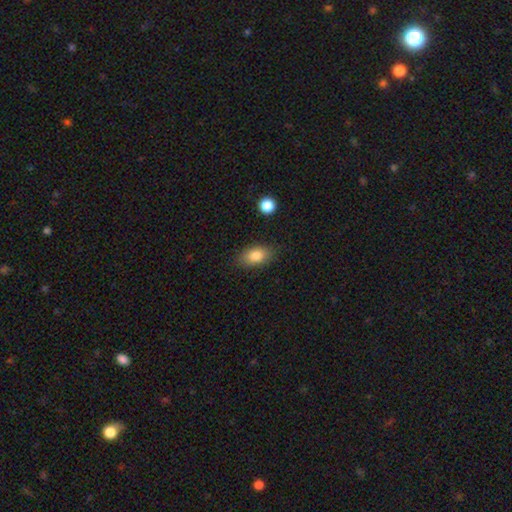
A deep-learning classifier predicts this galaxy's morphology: Smooth or featured?
  - smooth: 84% *
  - featured or disk: 9%
  - star or artifact: 8%
How rounded?
  - in between: 89% *
  - round: 9%
  - cigar-shaped: 3%
Merging?
  - none: 83% *
  - minor disturbance: 12%
  - major disturbance: 3%
  - merger: 2%